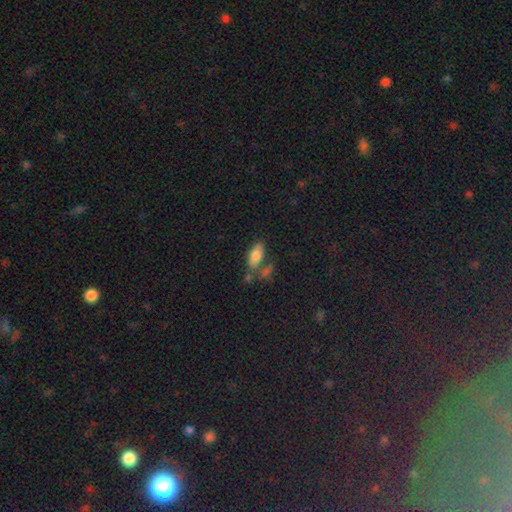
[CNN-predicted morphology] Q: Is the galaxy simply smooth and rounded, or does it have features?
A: smooth — 77%.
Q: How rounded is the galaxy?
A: in between — 85%.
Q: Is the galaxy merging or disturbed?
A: none — 54%.